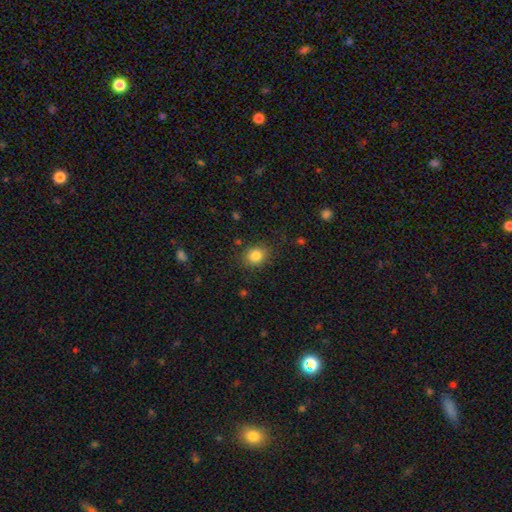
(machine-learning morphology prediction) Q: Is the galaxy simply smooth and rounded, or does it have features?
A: smooth — 84%.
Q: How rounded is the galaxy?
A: round — 65%.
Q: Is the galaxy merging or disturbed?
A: none — 84%.